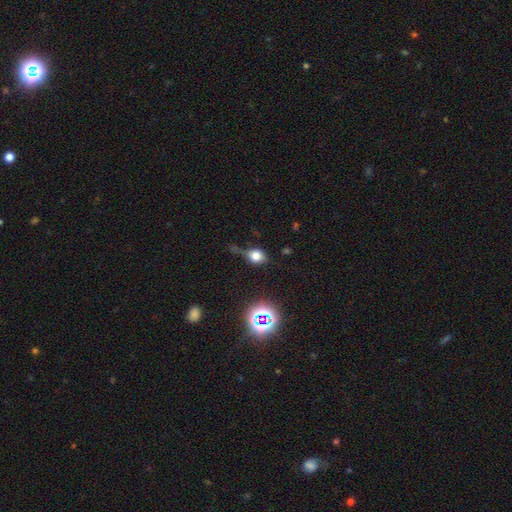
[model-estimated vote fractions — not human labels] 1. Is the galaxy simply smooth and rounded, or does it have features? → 65% smooth, 19% star or artifact, 17% featured or disk.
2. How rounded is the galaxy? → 59% round, 38% in between, 3% cigar-shaped.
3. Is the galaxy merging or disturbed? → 47% none, 29% minor disturbance, 17% major disturbance, 7% merger.